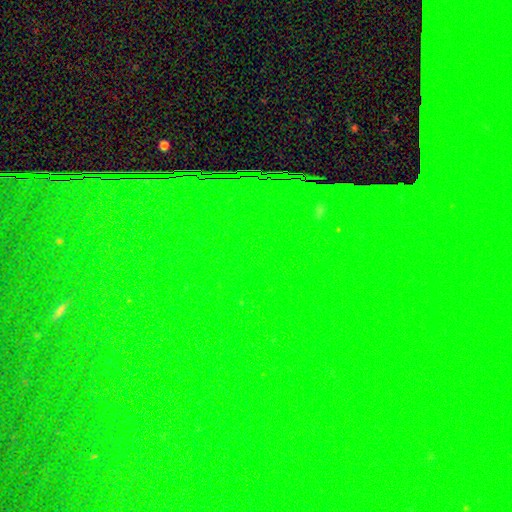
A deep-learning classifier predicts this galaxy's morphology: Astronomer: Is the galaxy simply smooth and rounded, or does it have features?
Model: star or artifact — 87%.